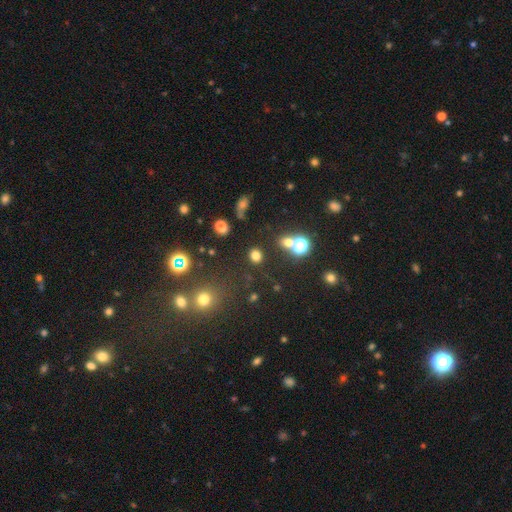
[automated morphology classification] Smooth or featured? smooth (72%)
How rounded? round (73%)
Merging? none (80%)